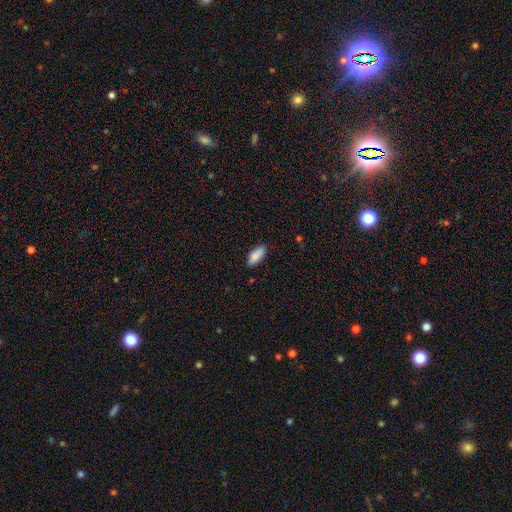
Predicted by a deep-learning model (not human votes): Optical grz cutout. It shows a smooth galaxy with no disk features (87%) that is in between round and cigar-shaped (83%). Merging: none (84%).